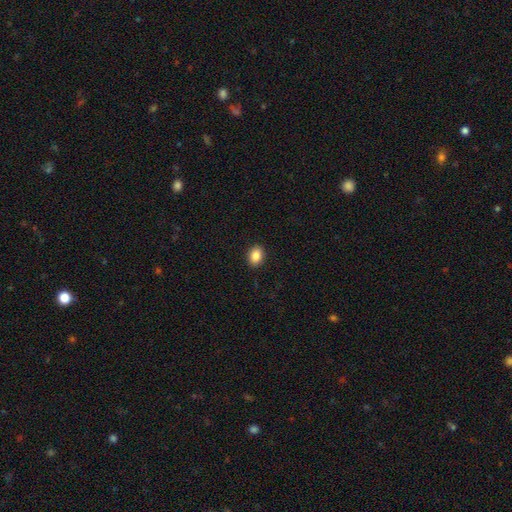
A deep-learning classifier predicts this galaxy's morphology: A smooth galaxy with no disk features (86%) that is in between round and cigar-shaped (66%).

Vote fractions:
- Smooth or featured? smooth: 86% / star or artifact: 9% / featured or disk: 5%
- How rounded? in between: 66% / round: 33% / cigar-shaped: 1%
- Merging? none: 91% / minor disturbance: 6% / major disturbance: 2% / merger: 1%